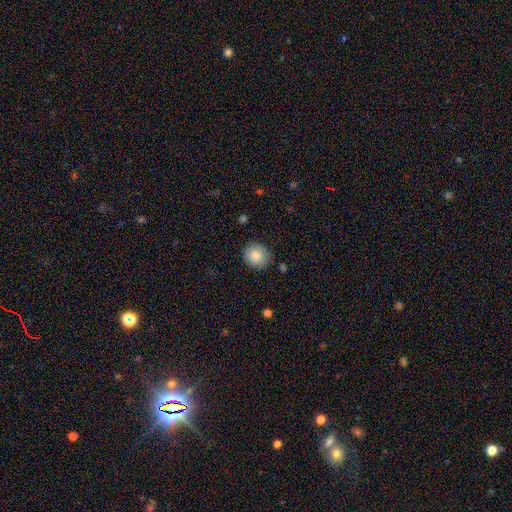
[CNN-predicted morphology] A smooth galaxy with no disk features (85%) that is round (77%). Merging: none (86%).